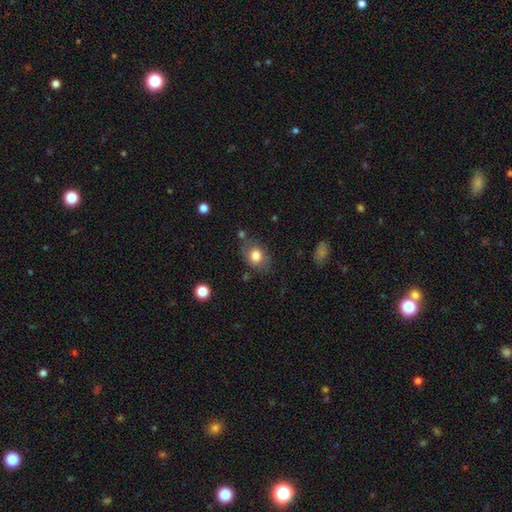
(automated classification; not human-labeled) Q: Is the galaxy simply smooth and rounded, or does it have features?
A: smooth — 77%.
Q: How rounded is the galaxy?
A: in between — 65%.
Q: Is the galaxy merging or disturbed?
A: none — 69%.